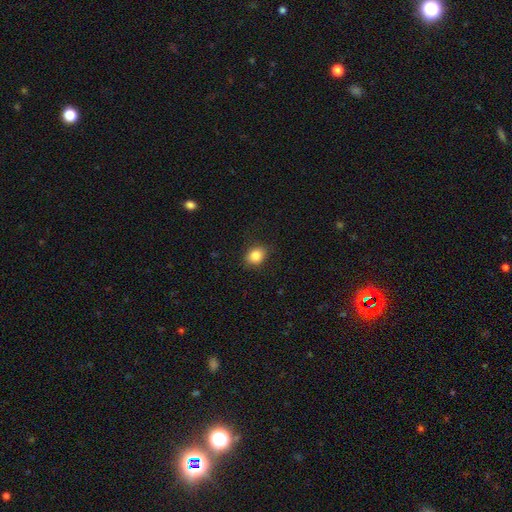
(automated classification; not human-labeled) Smooth or featured?
  - smooth: 85% *
  - star or artifact: 9%
  - featured or disk: 5%
How rounded?
  - round: 51% *
  - in between: 48%
  - cigar-shaped: 1%
Merging?
  - none: 86% *
  - minor disturbance: 10%
  - major disturbance: 3%
  - merger: 1%